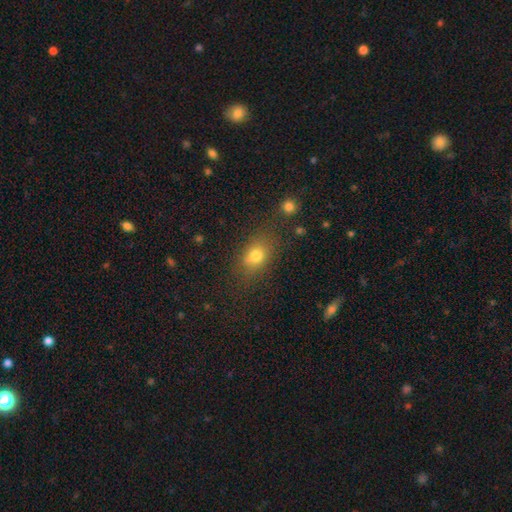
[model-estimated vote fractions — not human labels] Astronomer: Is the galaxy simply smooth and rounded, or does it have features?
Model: smooth — 76%.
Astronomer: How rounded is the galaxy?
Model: in between — 70%.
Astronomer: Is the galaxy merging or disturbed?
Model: none — 75%.